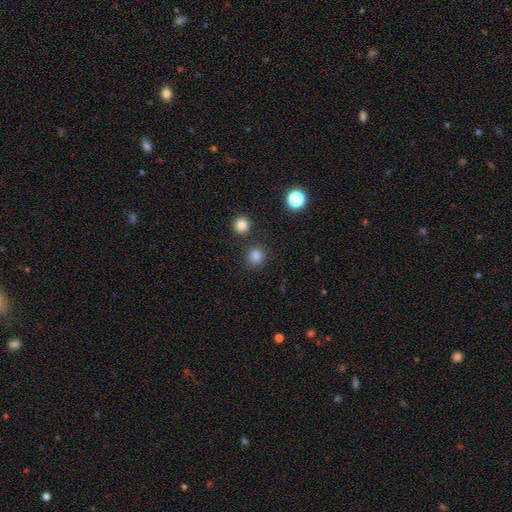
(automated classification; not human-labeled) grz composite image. It shows a smooth galaxy with no disk features (81%) that is round (90%). Merging: none (84%).